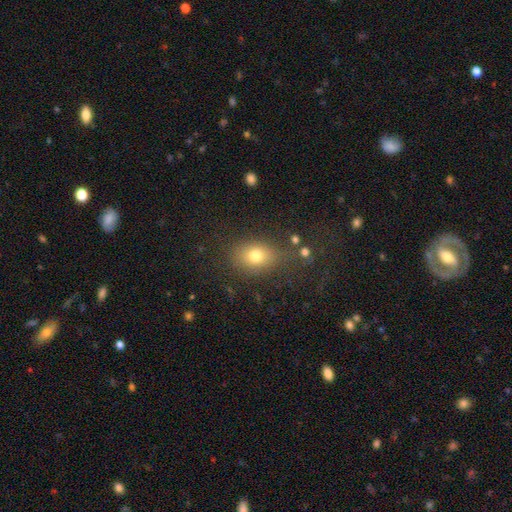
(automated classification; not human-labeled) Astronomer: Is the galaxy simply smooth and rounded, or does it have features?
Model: smooth — 76%.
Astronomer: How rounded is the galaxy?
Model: in between — 63%.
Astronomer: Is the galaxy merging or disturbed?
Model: none — 70%.